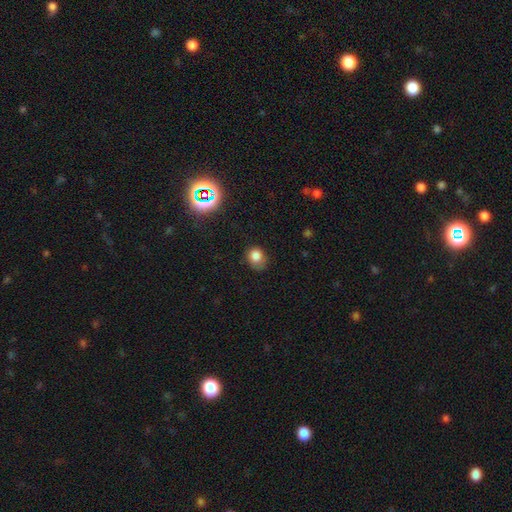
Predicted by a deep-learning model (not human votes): Smooth or featured: smooth — 79% (star or artifact — 14%)
How rounded: round — 63% (in between — 36%)
Merging: none — 63% (minor disturbance — 27%)